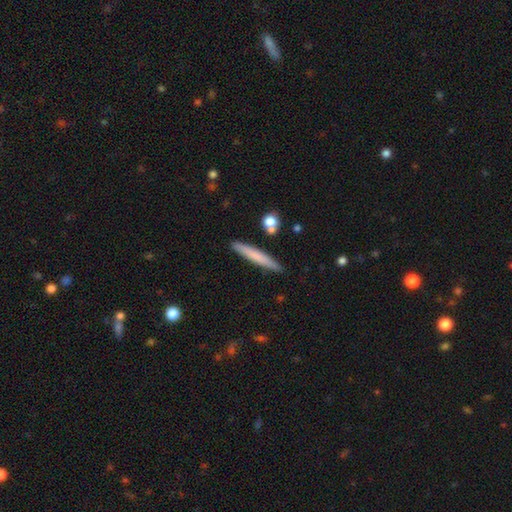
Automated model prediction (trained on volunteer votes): Morphology: type=smooth (68%); roundness=cigar-shaped (95%); merging=none (87%).